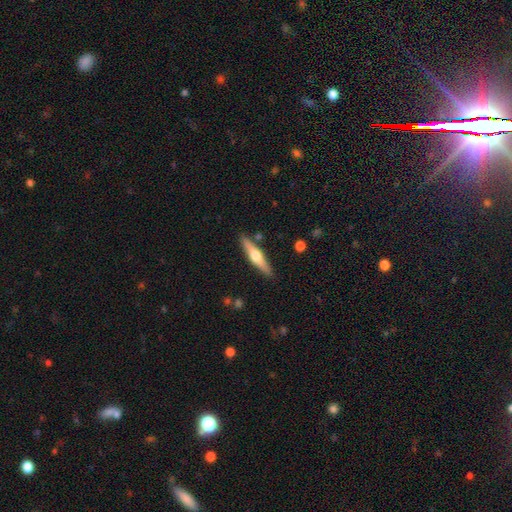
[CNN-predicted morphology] smooth_or_featured: featured or disk (p=0.60) [alt: smooth p=0.35]
disk_edge_on: yes (p=0.96) [alt: no p=0.04]
edge_on_bulge: rounded (p=0.93) [alt: boxy p=0.04]
merging: none (p=0.87) [alt: minor disturbance p=0.08]